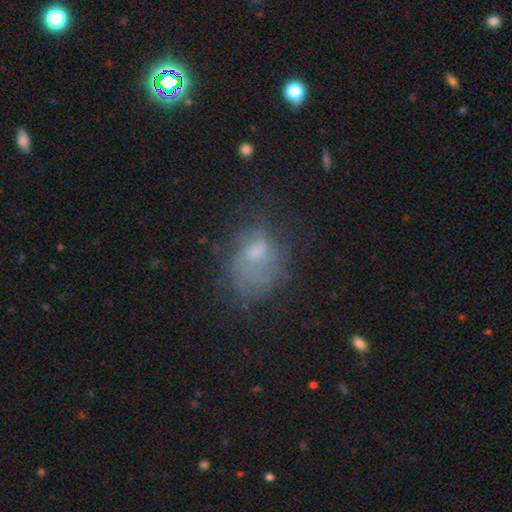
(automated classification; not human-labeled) Smooth or featured? smooth (47%)
Merging? none (47%)